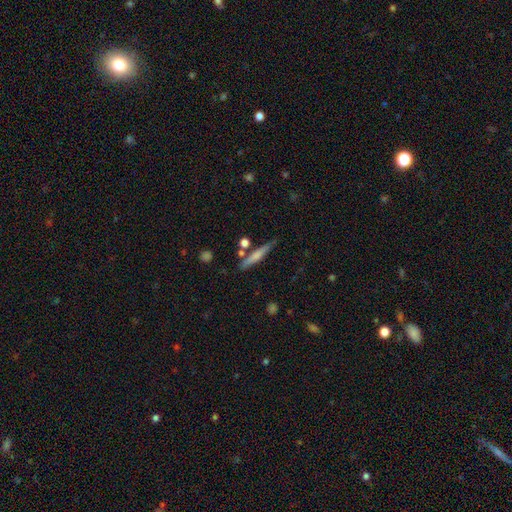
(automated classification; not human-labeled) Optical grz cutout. It shows a smooth galaxy with no disk features (59%) that is cigar-shaped (91%). Merging: none (76%).